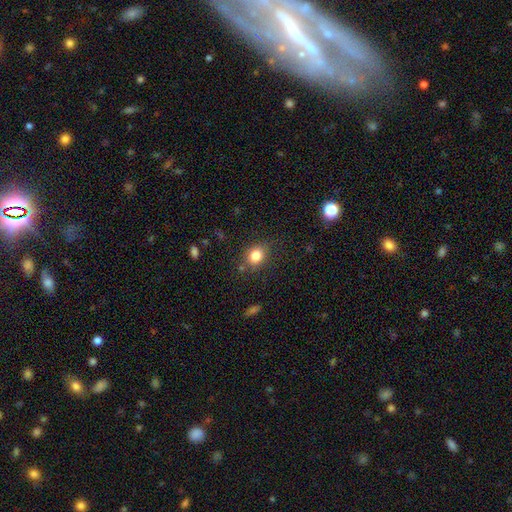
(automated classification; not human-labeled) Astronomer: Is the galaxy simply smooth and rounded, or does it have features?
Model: smooth — 82%.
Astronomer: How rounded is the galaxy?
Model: round — 55% (runner-up: in between, 44%).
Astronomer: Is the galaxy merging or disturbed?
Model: none — 78%.